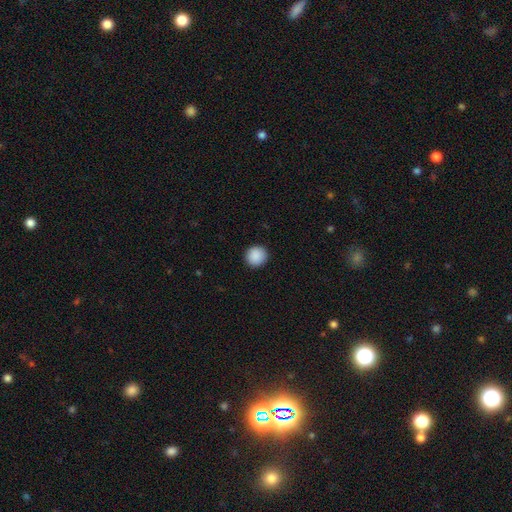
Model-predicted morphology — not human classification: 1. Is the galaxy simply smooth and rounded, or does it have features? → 90% smooth, 8% star or artifact, 2% featured or disk.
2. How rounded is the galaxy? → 93% round, 6% in between, 1% cigar-shaped.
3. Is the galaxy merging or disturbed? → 92% none, 5% minor disturbance, 2% major disturbance, 1% merger.